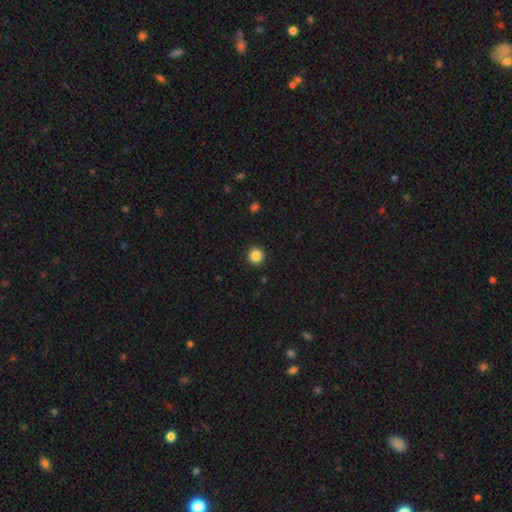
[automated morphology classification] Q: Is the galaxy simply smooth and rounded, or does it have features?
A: smooth — 86%.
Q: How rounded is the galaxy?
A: round — 96%.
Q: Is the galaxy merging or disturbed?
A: none — 93%.